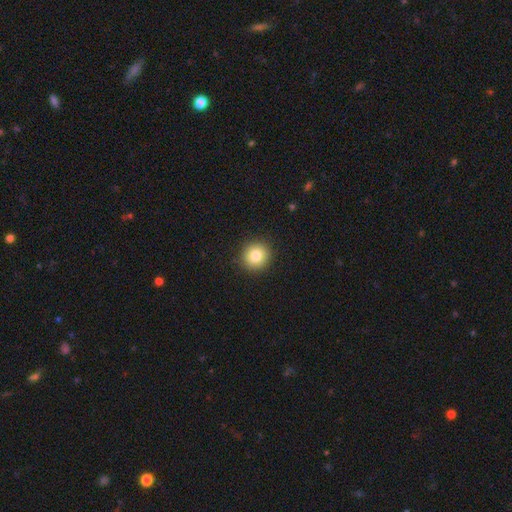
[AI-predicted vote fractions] smooth-or-featured: smooth: 83% | star or artifact: 10% | featured or disk: 7%
  how-rounded: round: 88% | in between: 11% | cigar-shaped: 1%
  merging: none: 91% | minor disturbance: 6% | major disturbance: 2% | merger: 1%